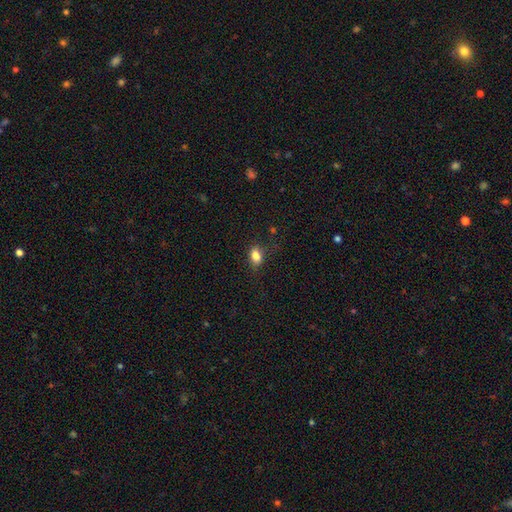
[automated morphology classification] type=smooth (83%); roundness=in between (80%); merging=none (70%).